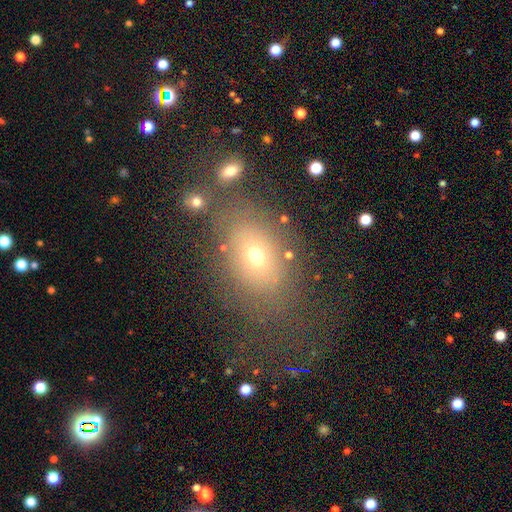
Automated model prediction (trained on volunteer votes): smooth 61%, featured or disk 21%, star or artifact 17%. Down the decision tree: how rounded — in between (71%); merging — none (57%).